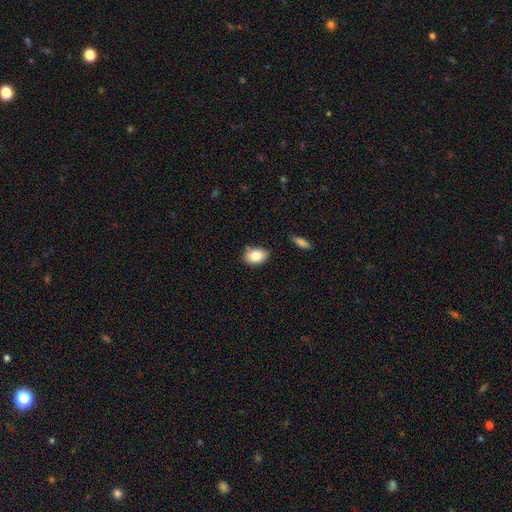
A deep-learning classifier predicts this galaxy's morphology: smooth-or-featured: smooth: 83% | featured or disk: 10% | star or artifact: 8%
  how-rounded: in between: 83% | round: 16% | cigar-shaped: 1%
  merging: none: 76% | minor disturbance: 17% | merger: 4% | major disturbance: 3%